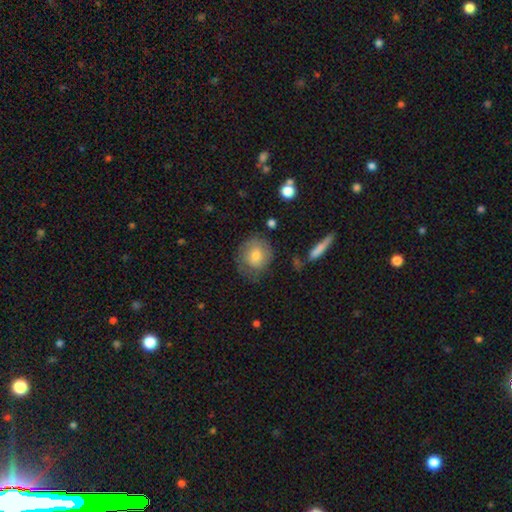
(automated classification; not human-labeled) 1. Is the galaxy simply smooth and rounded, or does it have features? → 56% smooth, 36% featured or disk, 8% star or artifact.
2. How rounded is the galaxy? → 75% round, 23% in between, 1% cigar-shaped.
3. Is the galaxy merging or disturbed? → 64% none, 22% minor disturbance, 12% major disturbance, 2% merger.